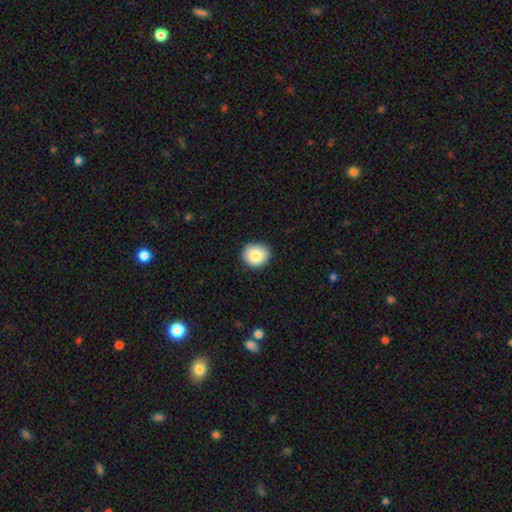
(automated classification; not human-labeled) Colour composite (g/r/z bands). It shows a smooth galaxy with no disk features (86%) that is round (78%). Merging: none (88%).